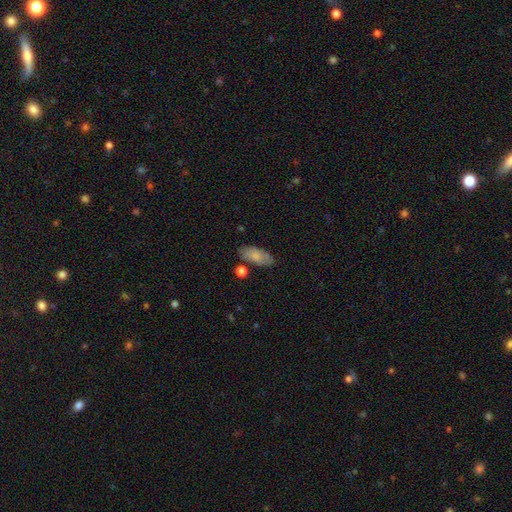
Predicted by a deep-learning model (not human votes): smooth 77%, featured or disk 17%, star or artifact 7%. Down the decision tree: how rounded — in between (88%); merging — none (71%).